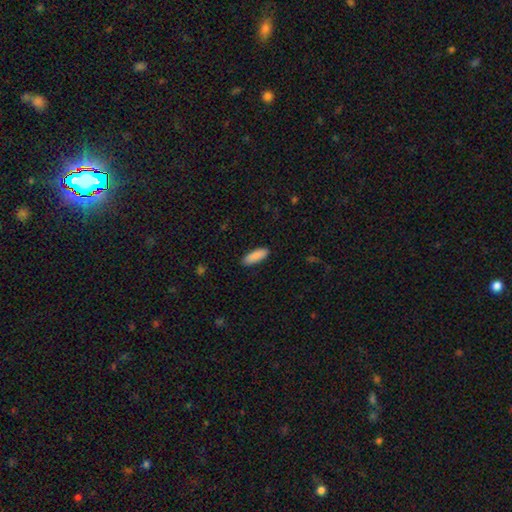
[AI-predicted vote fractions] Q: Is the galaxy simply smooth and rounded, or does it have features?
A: smooth — 90%.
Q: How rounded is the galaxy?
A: in between — 60%.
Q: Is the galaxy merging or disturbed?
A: none — 89%.